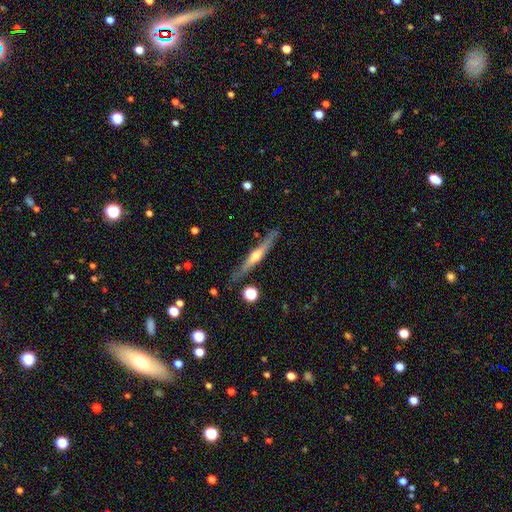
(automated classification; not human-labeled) featured or disk 69%, smooth 25%, star or artifact 6%. Down the decision tree: edge-on disk — yes (96%); edge-on bulge — rounded (87%); merging — none (82%).